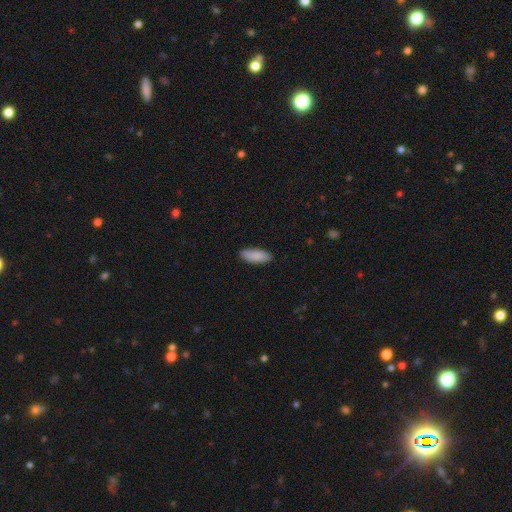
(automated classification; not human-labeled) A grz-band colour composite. It shows a smooth galaxy with no disk features (88%) that is in between round and cigar-shaped (75%). Merging: none (85%).